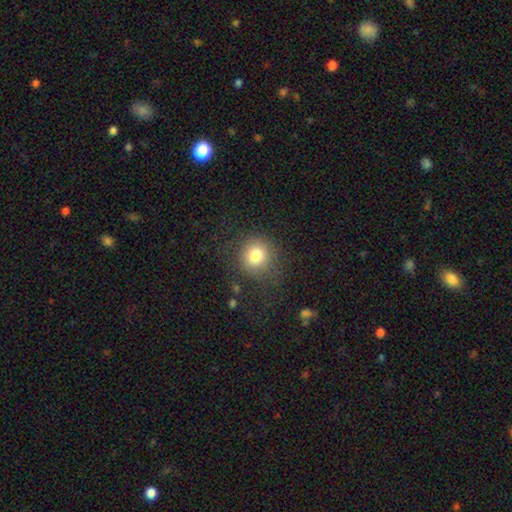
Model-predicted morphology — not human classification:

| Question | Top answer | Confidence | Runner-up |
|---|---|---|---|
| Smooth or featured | smooth | 79% | star or artifact (12%) |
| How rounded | round | 88% | in between (11%) |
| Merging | none | 78% | minor disturbance (12%) |